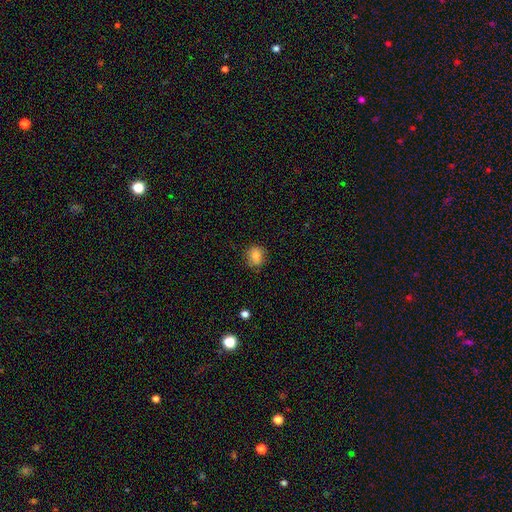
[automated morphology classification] Smooth or featured?
  - smooth: 79% *
  - featured or disk: 11%
  - star or artifact: 10%
How rounded?
  - round: 73% *
  - in between: 26%
  - cigar-shaped: 1%
Merging?
  - none: 80% *
  - minor disturbance: 15%
  - major disturbance: 4%
  - merger: 1%